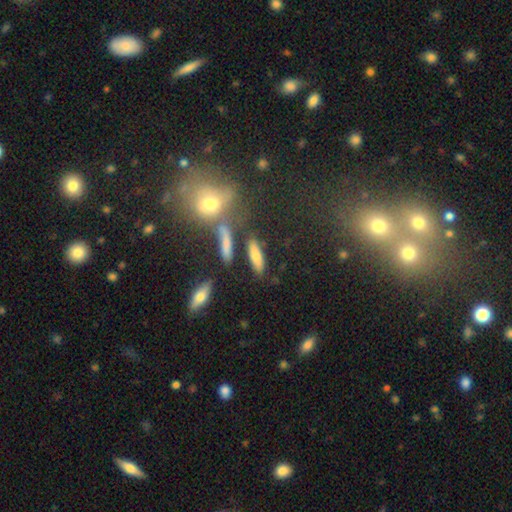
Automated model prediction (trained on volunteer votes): This appears to be a smooth galaxy with no disk features (73%) that is cigar-shaped (53%). Merging: none (76%).